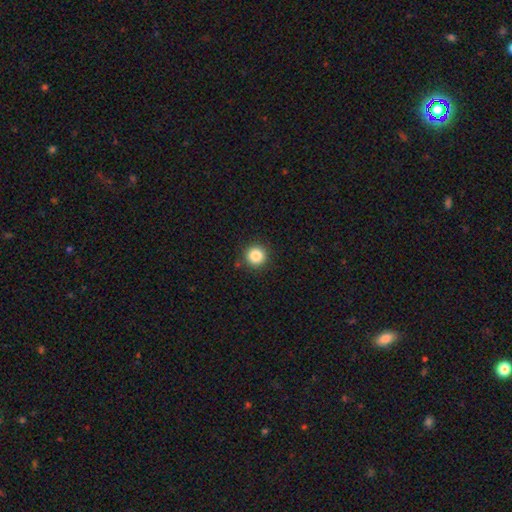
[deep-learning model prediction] Smooth or featured: smooth — 85% (star or artifact — 11%)
How rounded: round — 95% (in between — 4%)
Merging: none — 90% (minor disturbance — 7%)